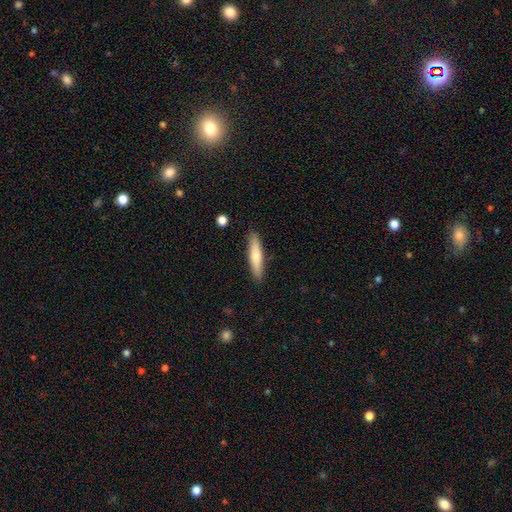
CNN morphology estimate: Smooth or featured? smooth (64%)
How rounded? cigar-shaped (84%)
Merging? none (89%)